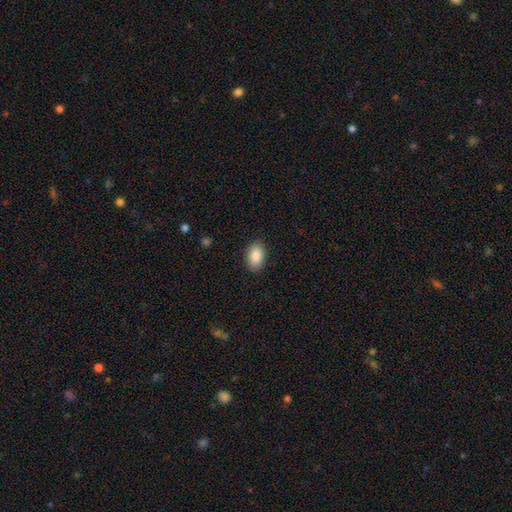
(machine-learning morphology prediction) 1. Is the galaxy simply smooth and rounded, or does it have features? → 89% smooth, 7% star or artifact, 4% featured or disk.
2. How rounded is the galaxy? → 91% in between, 8% round, 1% cigar-shaped.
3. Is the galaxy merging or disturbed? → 88% none, 9% minor disturbance, 2% major disturbance, 1% merger.